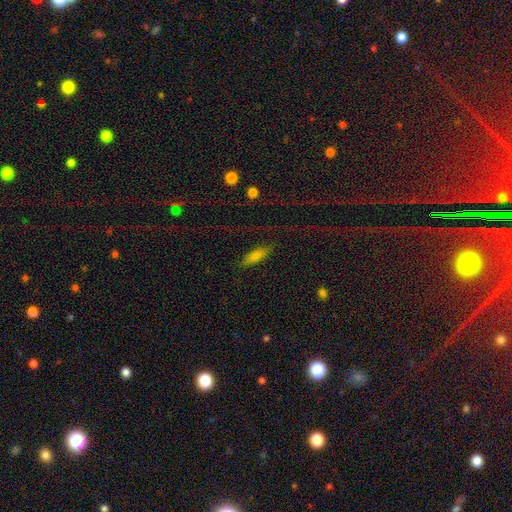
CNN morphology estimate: Smooth or featured? Predicted: smooth (p=0.70). How rounded? Predicted: cigar-shaped (p=0.54). Merging? Predicted: none (p=0.82).